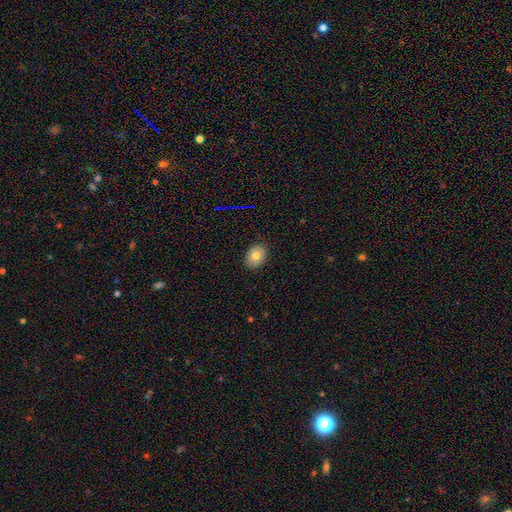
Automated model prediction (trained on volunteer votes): Q: Smooth or featured?
A: smooth (79%); runner-up: featured or disk (11%)
Q: How rounded?
A: in between (68%); runner-up: round (31%)
Q: Merging?
A: none (88%); runner-up: minor disturbance (9%)